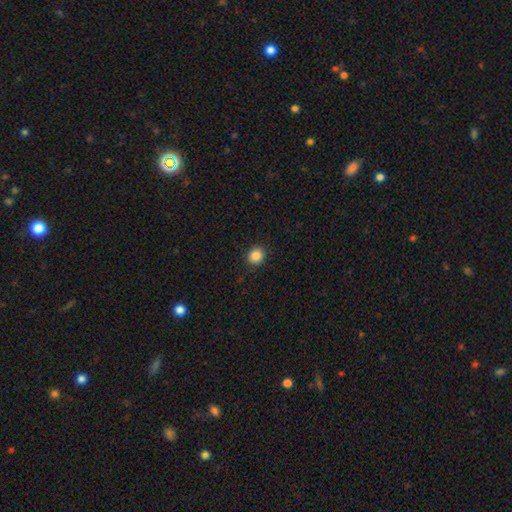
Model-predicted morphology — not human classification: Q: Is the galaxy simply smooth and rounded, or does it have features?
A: smooth — 86%.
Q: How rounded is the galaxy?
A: round — 83%.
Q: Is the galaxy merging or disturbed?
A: none — 91%.